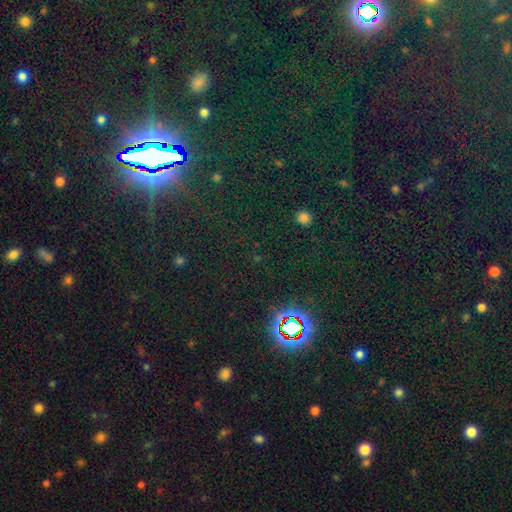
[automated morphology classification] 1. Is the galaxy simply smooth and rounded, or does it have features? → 80% star or artifact, 12% smooth, 7% featured or disk.